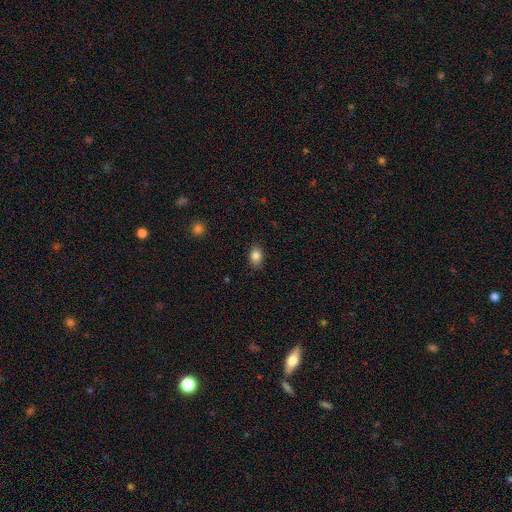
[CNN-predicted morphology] This appears to be a smooth galaxy with no disk features (85%) that is in between round and cigar-shaped (75%). Merging: none (85%).